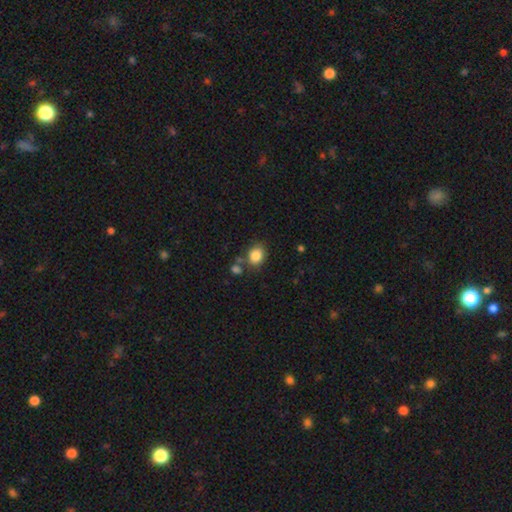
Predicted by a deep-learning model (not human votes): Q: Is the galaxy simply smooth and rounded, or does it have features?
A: smooth — 85%.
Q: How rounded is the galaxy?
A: round — 52%.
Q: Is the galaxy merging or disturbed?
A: none — 68%.